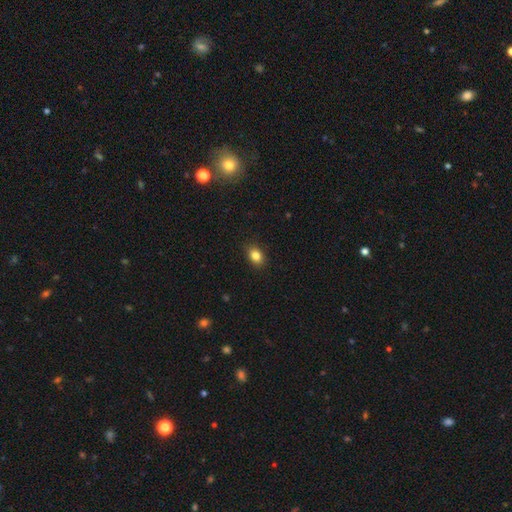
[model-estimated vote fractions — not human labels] smooth 84%, star or artifact 10%, featured or disk 6%. Down the decision tree: how rounded — in between (68%); merging — none (87%).